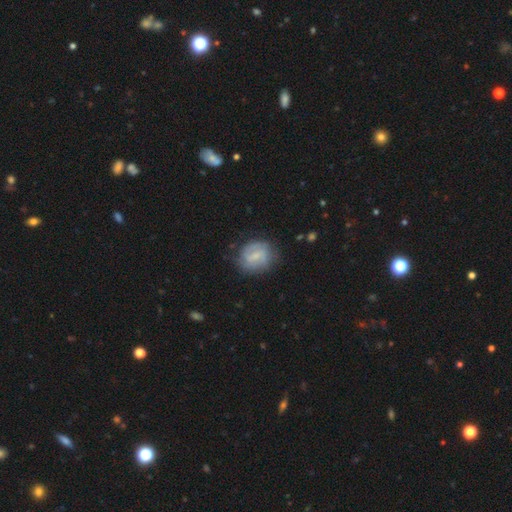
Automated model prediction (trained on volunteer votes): This is likely a featured or disk galaxy (61%). It is clearly not viewed edge-on (98%). Bar: possibly weak (59%). Spiral arm pattern: clearly yes (84%). Central bulge: possibly small (48%). Merging: likely none (71%).